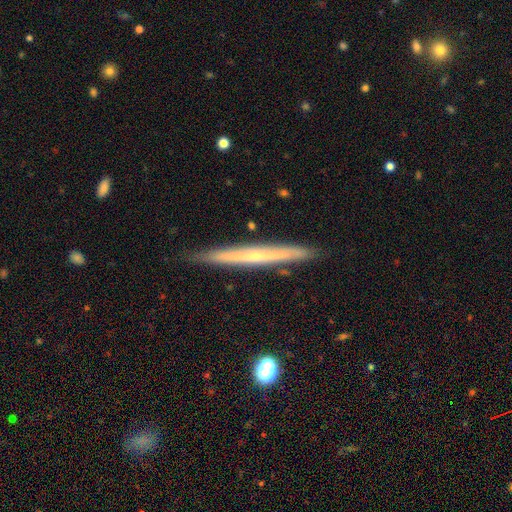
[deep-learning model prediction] smooth_or_featured: featured or disk (p=0.63) [alt: smooth p=0.31]
disk_edge_on: yes (p=0.97) [alt: no p=0.03]
edge_on_bulge: none (p=0.63) [alt: rounded p=0.33]
merging: none (p=0.89) [alt: minor disturbance p=0.08]